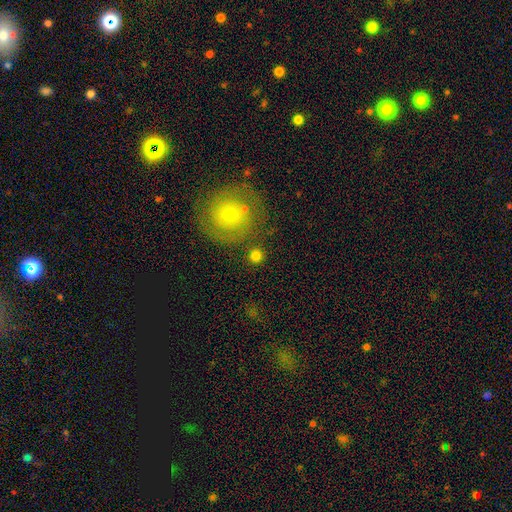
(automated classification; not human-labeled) smooth_or_featured: smooth (p=0.77) [alt: featured or disk p=0.13]
how_rounded: round (p=0.93) [alt: in between p=0.06]
merging: none (p=0.81) [alt: merger p=0.08]